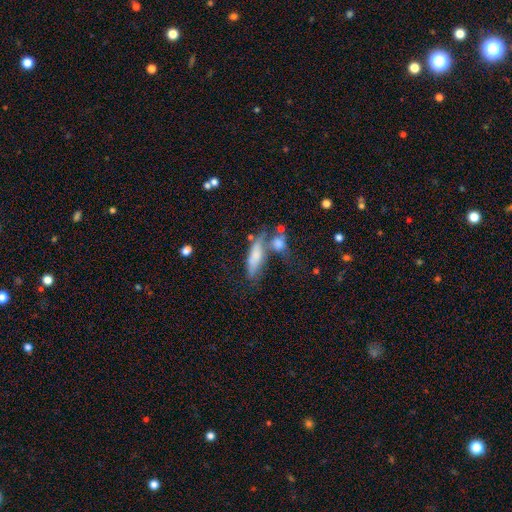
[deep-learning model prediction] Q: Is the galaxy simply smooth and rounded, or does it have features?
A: smooth — 67%.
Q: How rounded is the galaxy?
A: cigar-shaped — 51%.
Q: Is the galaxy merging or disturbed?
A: none — 36%.